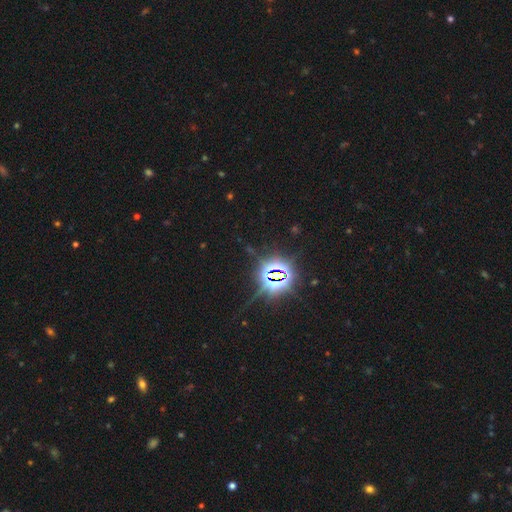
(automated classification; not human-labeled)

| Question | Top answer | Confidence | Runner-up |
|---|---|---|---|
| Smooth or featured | star or artifact | 84% | smooth (9%) |